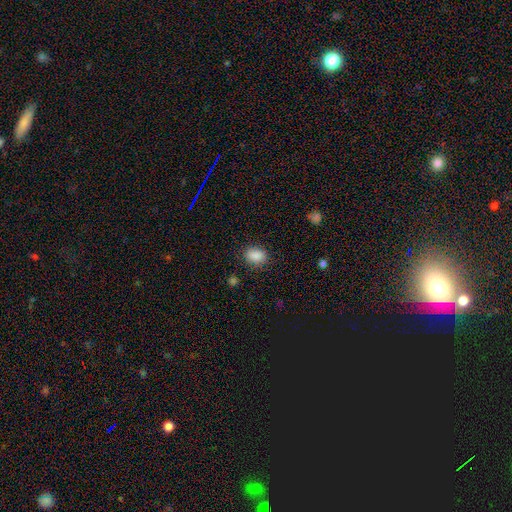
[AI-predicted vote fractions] The model was most divided on "how rounded": in between: 66%, round: 33%, cigar-shaped: 1%. More confident: smooth or featured — smooth (87%); merging — none (82%).